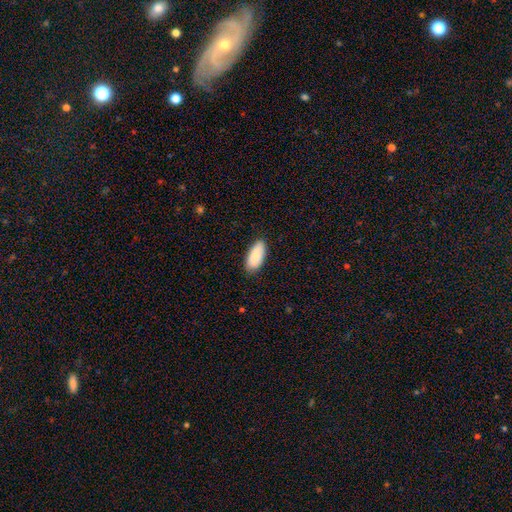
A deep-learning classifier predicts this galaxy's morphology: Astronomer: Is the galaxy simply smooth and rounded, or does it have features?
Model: smooth — 89%.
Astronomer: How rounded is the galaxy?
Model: in between — 91%.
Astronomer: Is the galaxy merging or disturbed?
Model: none — 84%.